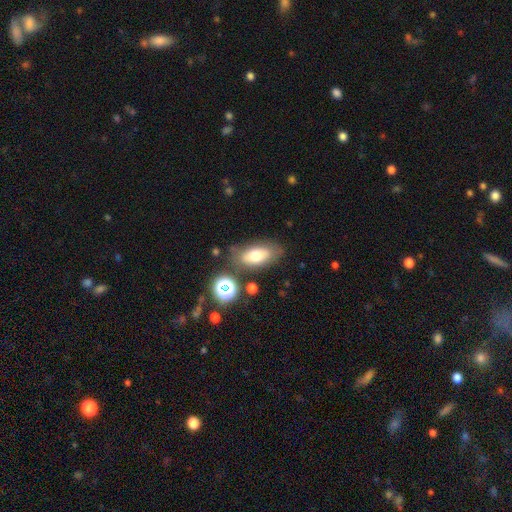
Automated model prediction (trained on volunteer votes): Q: Smooth or featured?
A: smooth (67%); runner-up: featured or disk (22%)
Q: How rounded?
A: in between (83%); runner-up: cigar-shaped (10%)
Q: Merging?
A: none (71%); runner-up: minor disturbance (17%)